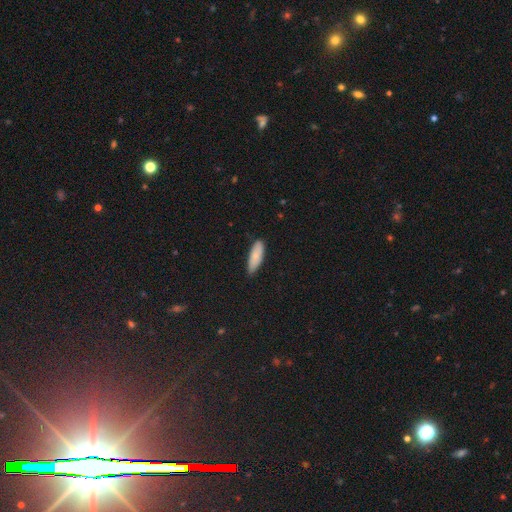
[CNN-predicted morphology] The model was most divided on "how rounded": in between: 63%, cigar-shaped: 36%, round: 2%. More confident: smooth or featured — smooth (79%); merging — none (77%).